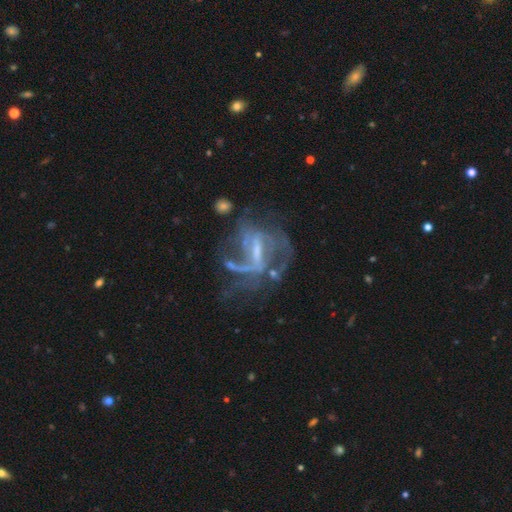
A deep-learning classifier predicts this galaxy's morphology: smooth_or_featured: featured or disk (p=0.81) [alt: star or artifact p=0.12]
disk_edge_on: no (p=0.94) [alt: yes p=0.06]
bar: strong (p=0.46) [alt: weak p=0.37]
has_spiral_arms: yes (p=0.79) [alt: no p=0.21]
spiral_winding: medium (p=0.40) [tied with: loose p=0.40]
spiral_arm_count: 2 (p=0.42) [alt: can't tell p=0.27]
bulge_size: small (p=0.50) [alt: none p=0.24]
merging: none (p=0.40) [alt: major disturbance p=0.35]